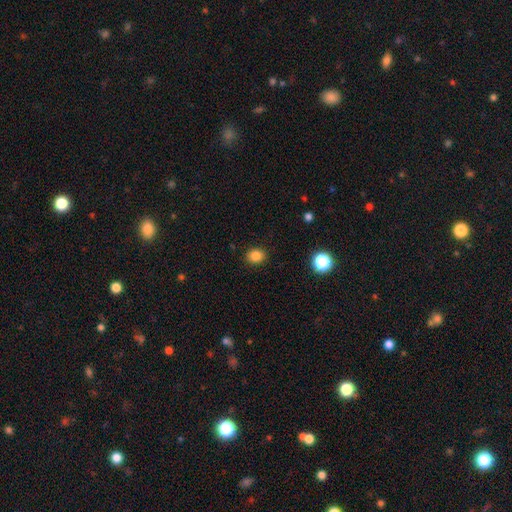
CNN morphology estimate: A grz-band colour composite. It shows a smooth galaxy with no disk features (84%) that is round (66%). Merging: none (90%).